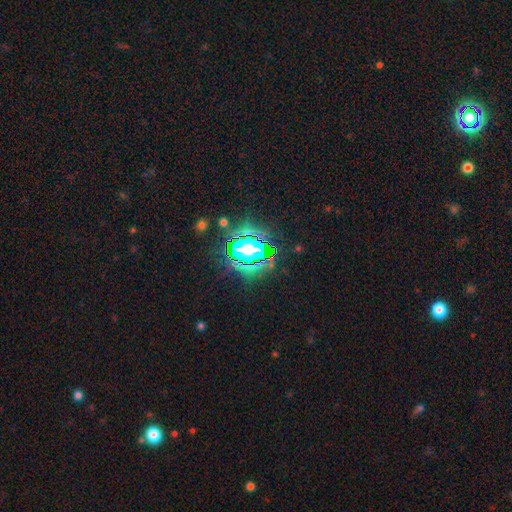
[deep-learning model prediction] Q: Smooth or featured?
A: star or artifact (80%); runner-up: smooth (12%)